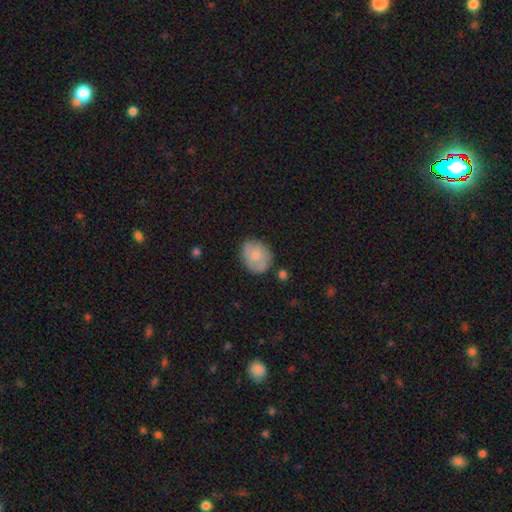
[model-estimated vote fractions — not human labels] Overall: smooth (66%; featured or disk 27%). How rounded: round (64%; in between 35%). Merging: none (73%).